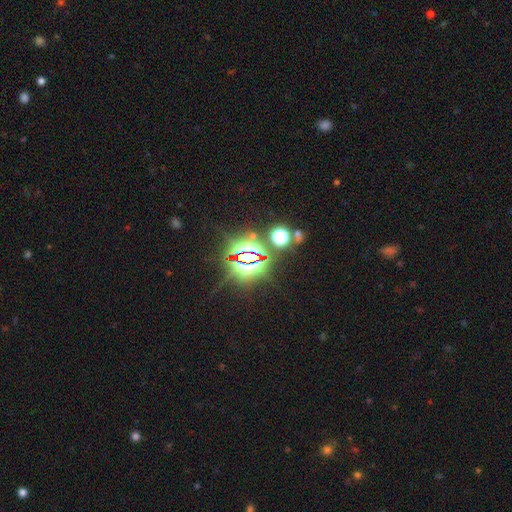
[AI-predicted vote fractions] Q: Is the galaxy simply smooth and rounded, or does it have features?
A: star or artifact — 83%.